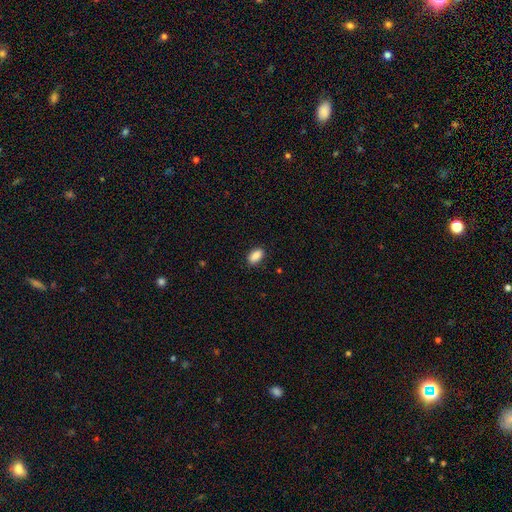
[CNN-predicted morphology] smooth_or_featured: smooth (p=0.88) [alt: star or artifact p=0.08]
how_rounded: in between (p=0.90) [alt: round p=0.06]
merging: none (p=0.87) [alt: minor disturbance p=0.10]